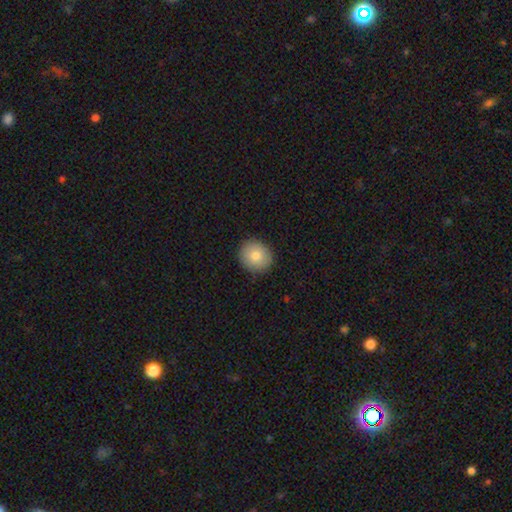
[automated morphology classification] Overall: smooth (80%). How rounded: round (86%). Merging: none (90%).